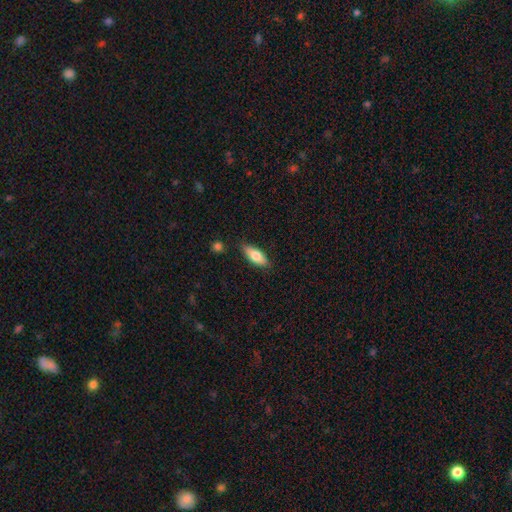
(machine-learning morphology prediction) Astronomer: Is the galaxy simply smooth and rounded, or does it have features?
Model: smooth — 76%.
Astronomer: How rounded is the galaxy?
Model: in between — 74%.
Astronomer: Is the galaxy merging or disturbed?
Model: none — 82%.